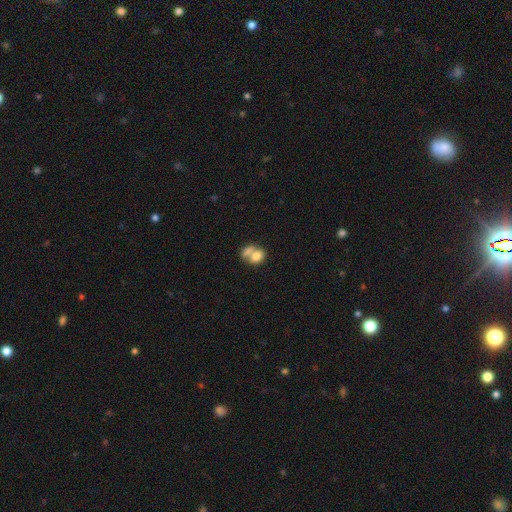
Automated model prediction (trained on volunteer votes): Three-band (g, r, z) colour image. It shows a smooth galaxy with no disk features (76%) that is in between round and cigar-shaped (66%). Merging: merger (63%).